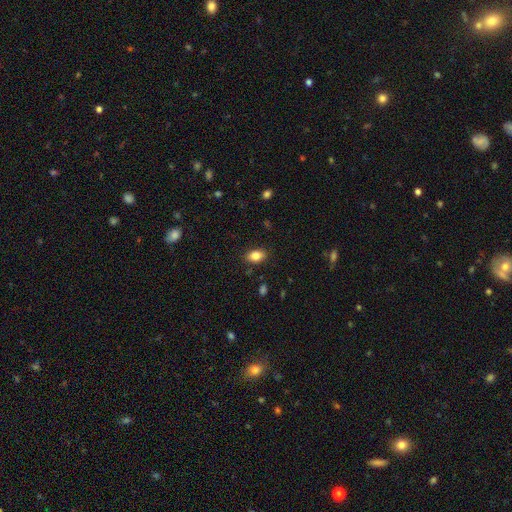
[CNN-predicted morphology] smooth 85%, star or artifact 9%, featured or disk 6%. Down the decision tree: how rounded — in between (85%); merging — none (87%).